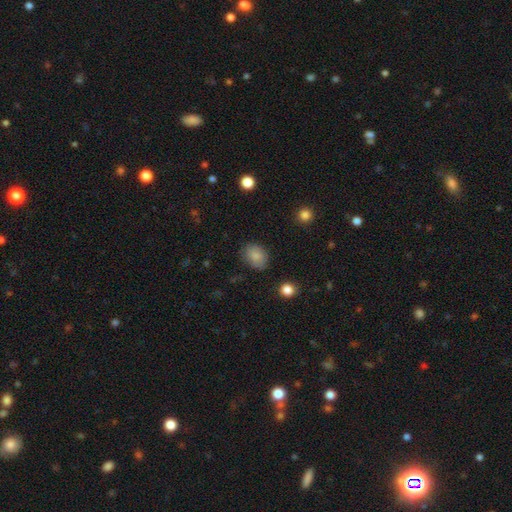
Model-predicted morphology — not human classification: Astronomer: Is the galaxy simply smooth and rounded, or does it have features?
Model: smooth — 84%.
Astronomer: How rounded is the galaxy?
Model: in between — 62% (runner-up: round, 37%).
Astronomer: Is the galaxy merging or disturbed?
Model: none — 79%.